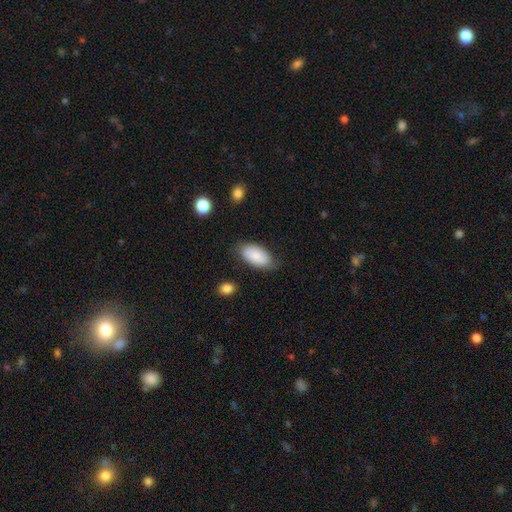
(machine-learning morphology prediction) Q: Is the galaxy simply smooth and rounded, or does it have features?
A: smooth — 85%.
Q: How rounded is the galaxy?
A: in between — 94%.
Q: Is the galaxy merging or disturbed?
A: none — 74%.